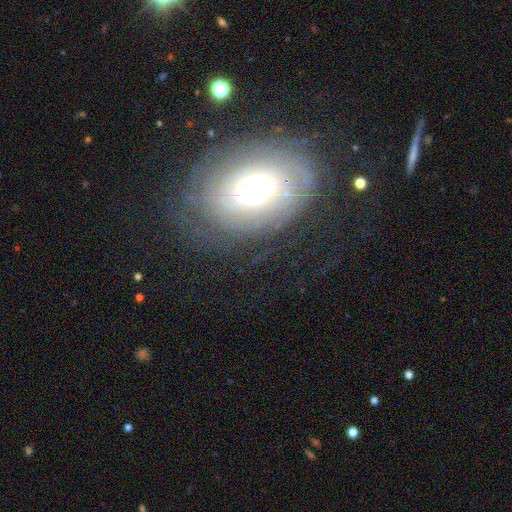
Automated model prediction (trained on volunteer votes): smooth_or_featured: featured or disk (p=0.63) [alt: smooth p=0.25]
disk_edge_on: no (p=0.95) [alt: yes p=0.05]
bar: no (p=0.72) [alt: weak p=0.21]
has_spiral_arms: yes (p=0.74) [alt: no p=0.26]
bulge_size: moderate (p=0.55) [alt: large p=0.29]
merging: none (p=0.74) [alt: minor disturbance p=0.15]